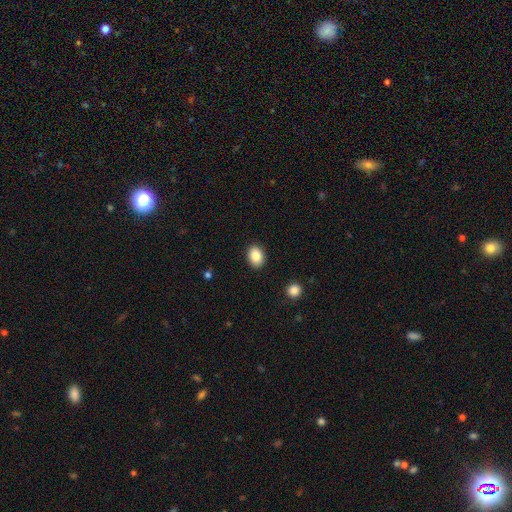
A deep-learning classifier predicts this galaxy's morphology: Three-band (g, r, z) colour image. It shows a smooth galaxy with no disk features (87%) that is in between round and cigar-shaped (73%). Merging: none (89%).